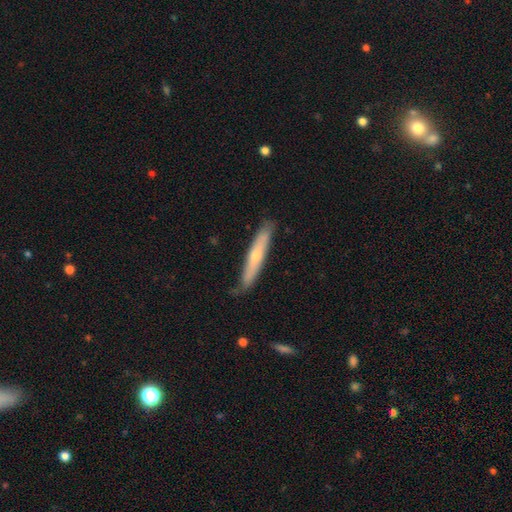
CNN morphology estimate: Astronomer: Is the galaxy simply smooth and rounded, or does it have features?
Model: smooth — 50% (runner-up: featured or disk, 45%).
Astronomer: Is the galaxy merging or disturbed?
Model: none — 80%.